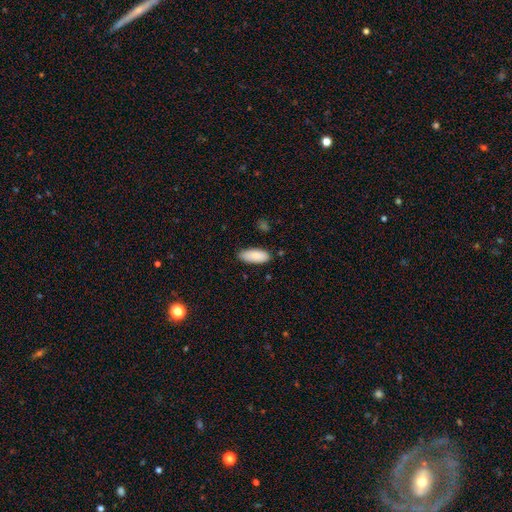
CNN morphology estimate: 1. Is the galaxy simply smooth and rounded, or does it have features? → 89% smooth, 6% star or artifact, 5% featured or disk.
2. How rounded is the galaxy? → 84% in between, 15% cigar-shaped, 2% round.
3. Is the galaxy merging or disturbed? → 82% none, 14% minor disturbance, 2% major disturbance, 2% merger.